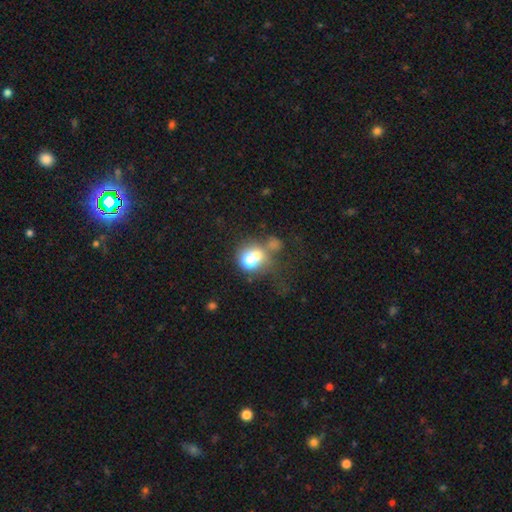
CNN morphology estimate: smooth_or_featured: smooth (p=0.60) [alt: featured or disk p=0.23]
how_rounded: round (p=0.71) [alt: in between p=0.28]
merging: merger (p=0.50) [alt: none p=0.29]